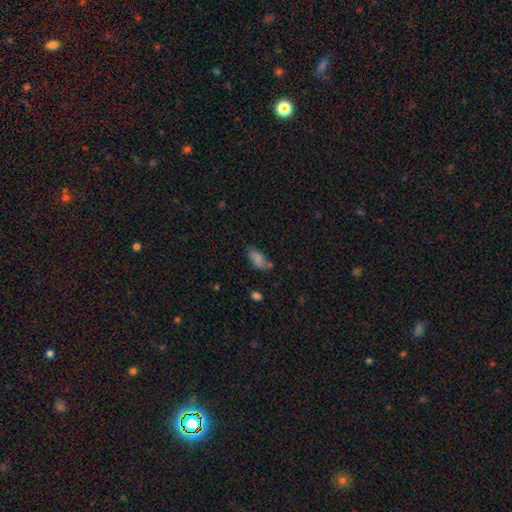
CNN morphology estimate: Smooth or featured?
  - smooth: 63% *
  - featured or disk: 20%
  - star or artifact: 18%
How rounded?
  - in between: 86% *
  - cigar-shaped: 9%
  - round: 5%
Merging?
  - none: 62% *
  - minor disturbance: 25%
  - major disturbance: 8%
  - merger: 5%